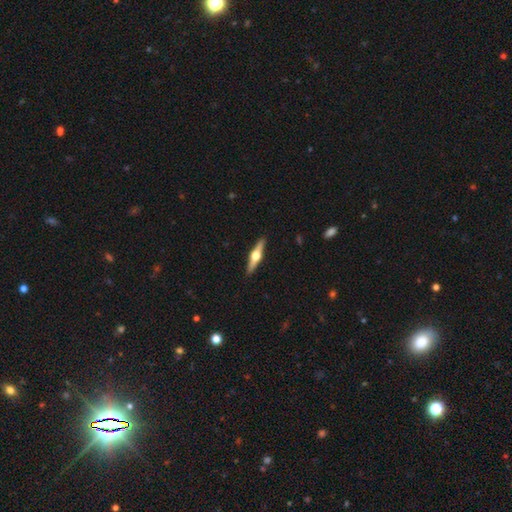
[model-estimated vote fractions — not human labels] A featured or disk galaxy (74%) viewed edge-on (98%) with a rounded central bulge (97%). Merging: none (92%).